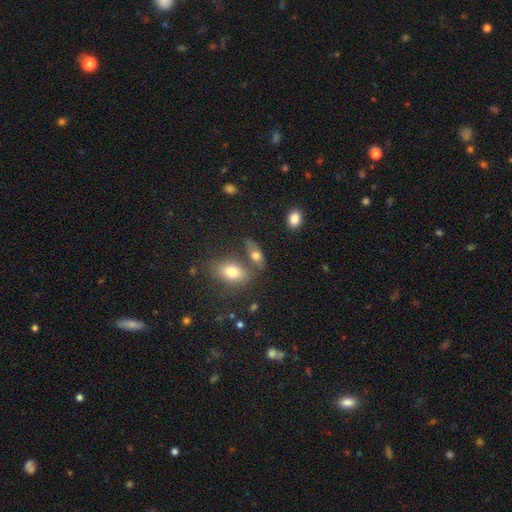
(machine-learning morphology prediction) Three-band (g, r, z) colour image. It shows a smooth galaxy with no disk features (69%) that is in between round and cigar-shaped (78%). Merging: none (53%).